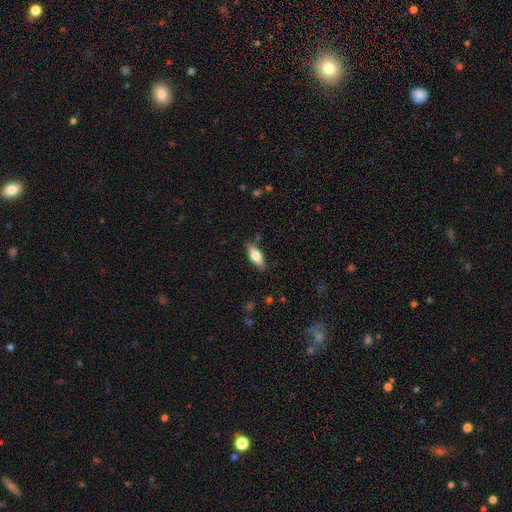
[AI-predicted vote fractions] smooth_or_featured: smooth (p=0.67) [alt: featured or disk p=0.26]
how_rounded: in between (p=0.75) [alt: cigar-shaped p=0.22]
merging: none (p=0.81) [alt: minor disturbance p=0.14]